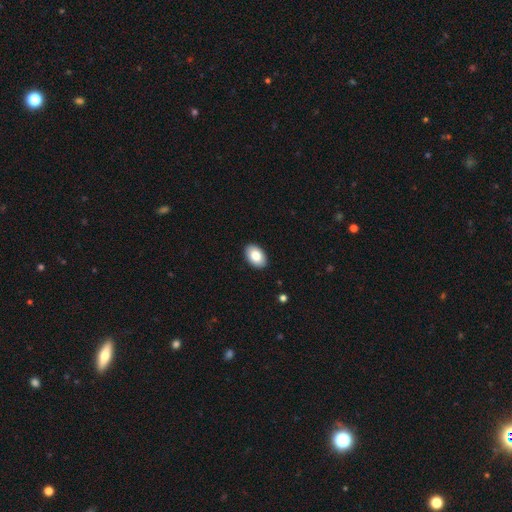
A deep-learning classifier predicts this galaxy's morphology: smooth 83%, featured or disk 10%, star or artifact 7%. Down the decision tree: how rounded — in between (91%); merging — none (90%).